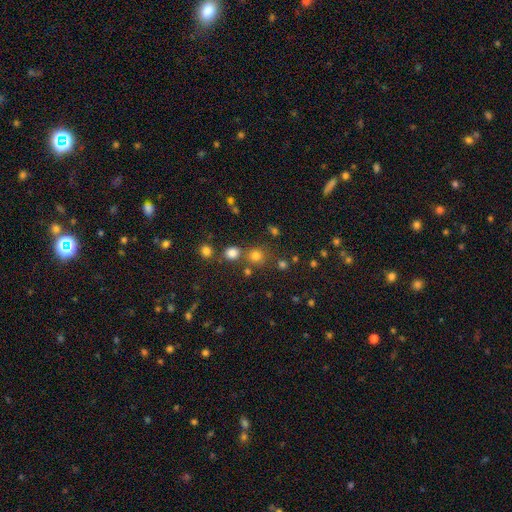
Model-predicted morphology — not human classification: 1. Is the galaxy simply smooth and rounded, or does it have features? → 76% smooth, 18% star or artifact, 6% featured or disk.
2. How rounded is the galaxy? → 87% round, 12% in between, 1% cigar-shaped.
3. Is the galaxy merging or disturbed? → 71% none, 16% merger, 9% minor disturbance, 4% major disturbance.